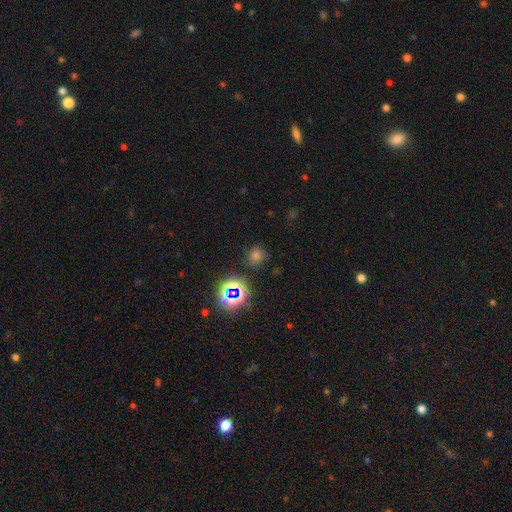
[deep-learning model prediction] Q: Smooth or featured?
A: smooth (52%); runner-up: star or artifact (40%)
Q: How rounded?
A: round (87%); runner-up: in between (12%)
Q: Merging?
A: none (82%); runner-up: minor disturbance (11%)